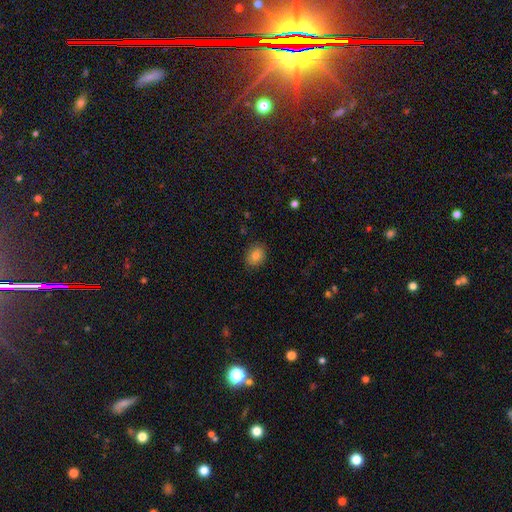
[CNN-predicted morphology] Smooth or featured? smooth (83%)
How rounded? in between (50%)
Merging? none (88%)